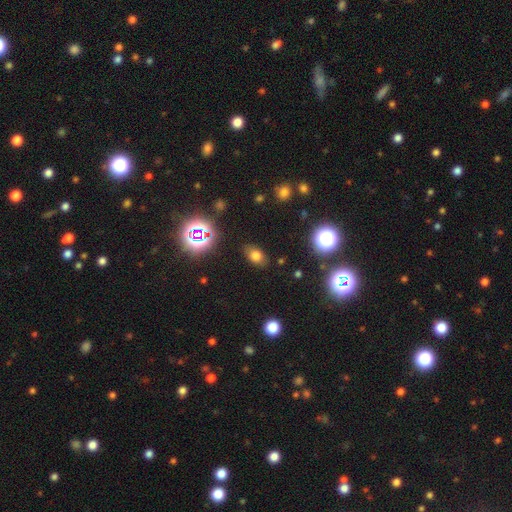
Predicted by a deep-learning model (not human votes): Smooth or featured? smooth (70%)
How rounded? in between (79%)
Merging? none (81%)